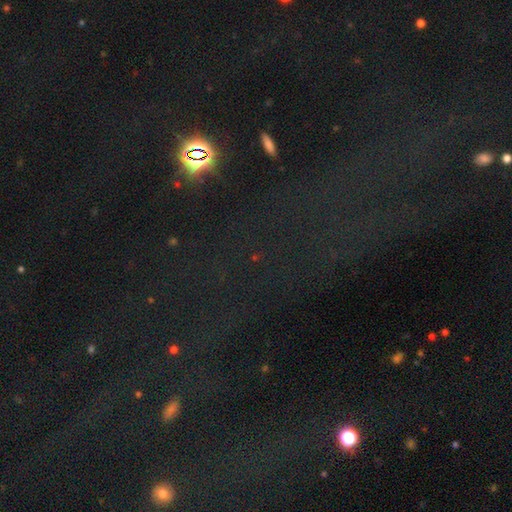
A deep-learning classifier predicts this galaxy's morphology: star or artifact 75%, smooth 14%, featured or disk 10%.